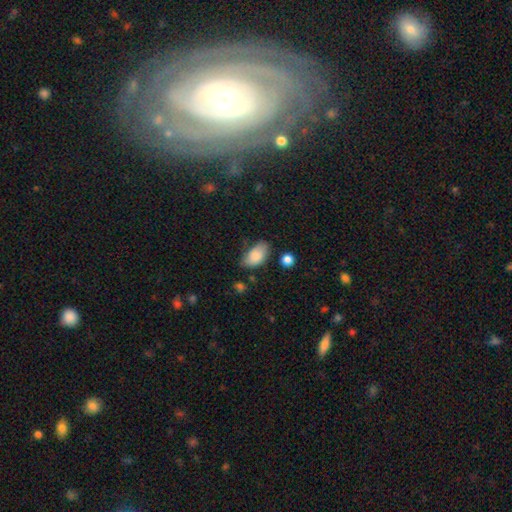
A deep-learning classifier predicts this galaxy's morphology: Q: Smooth or featured?
A: smooth (84%); runner-up: featured or disk (9%)
Q: How rounded?
A: in between (94%); runner-up: round (4%)
Q: Merging?
A: none (60%); runner-up: minor disturbance (30%)